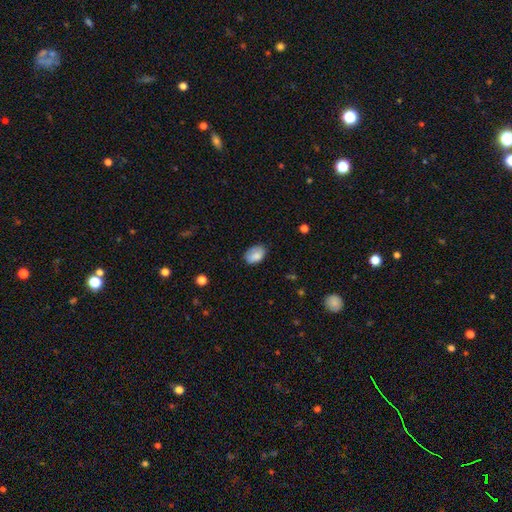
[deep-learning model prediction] Q: Smooth or featured?
A: smooth (81%); runner-up: featured or disk (11%)
Q: How rounded?
A: in between (88%); runner-up: round (11%)
Q: Merging?
A: none (70%); runner-up: minor disturbance (24%)